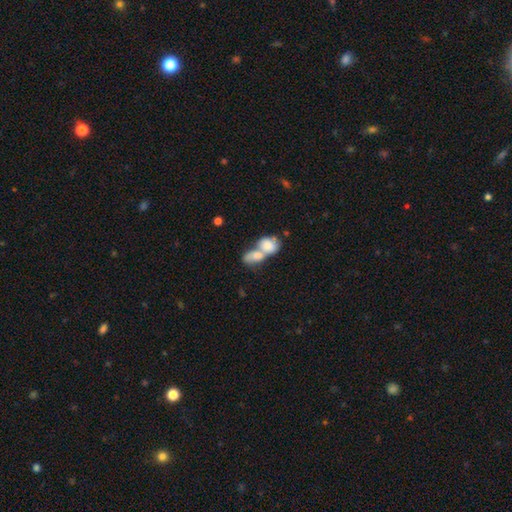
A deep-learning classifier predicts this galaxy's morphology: smooth-or-featured: smooth: 75% | featured or disk: 18% | star or artifact: 7%
  how-rounded: in between: 77% | round: 19% | cigar-shaped: 3%
  merging: merger: 81% | none: 10% | minor disturbance: 5% | major disturbance: 4%